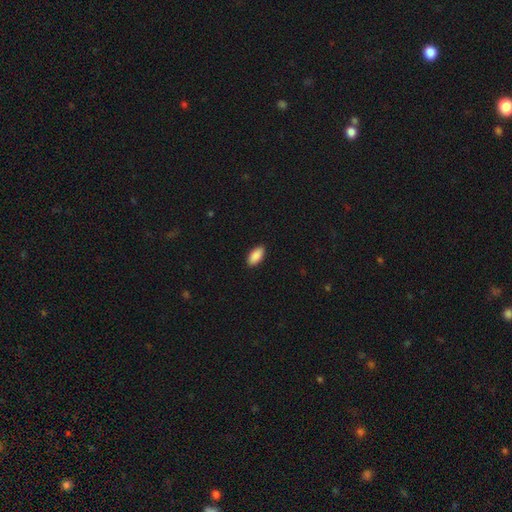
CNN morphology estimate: A smooth galaxy with no disk features (90%) that is in between round and cigar-shaped (93%).

Vote fractions:
- Smooth or featured? smooth: 90% / star or artifact: 6% / featured or disk: 3%
- How rounded? in between: 93% / cigar-shaped: 5% / round: 2%
- Merging? none: 90% / minor disturbance: 7% / major disturbance: 2% / merger: 1%